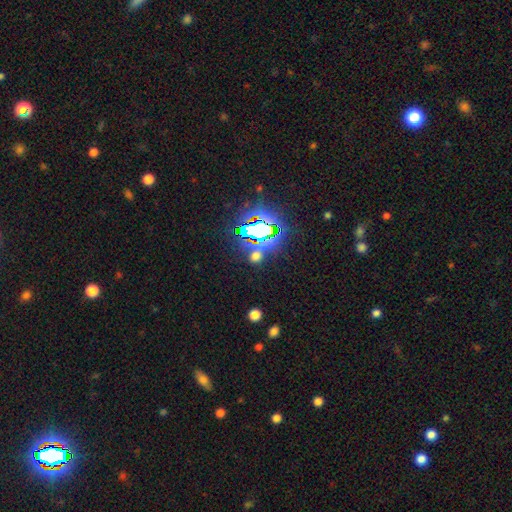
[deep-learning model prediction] Overall: star or artifact (56%; smooth 36%).